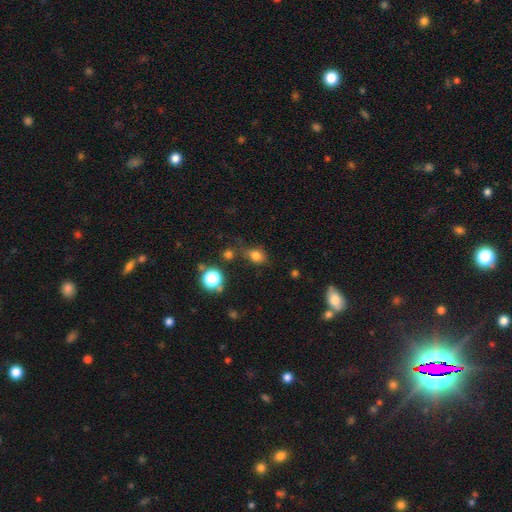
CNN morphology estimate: smooth-or-featured: smooth: 77% | star or artifact: 16% | featured or disk: 7%
  how-rounded: in between: 56% | round: 42% | cigar-shaped: 2%
  merging: none: 65% | minor disturbance: 21% | merger: 7% | major disturbance: 7%